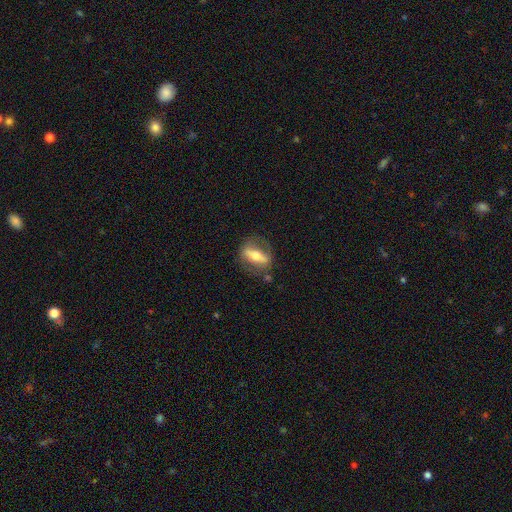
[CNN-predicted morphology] Q: Smooth or featured?
A: featured or disk (62%); runner-up: smooth (32%)
Q: Edge-on disk?
A: no (55%); runner-up: yes (45%)
Q: Merging?
A: none (73%); runner-up: minor disturbance (15%)